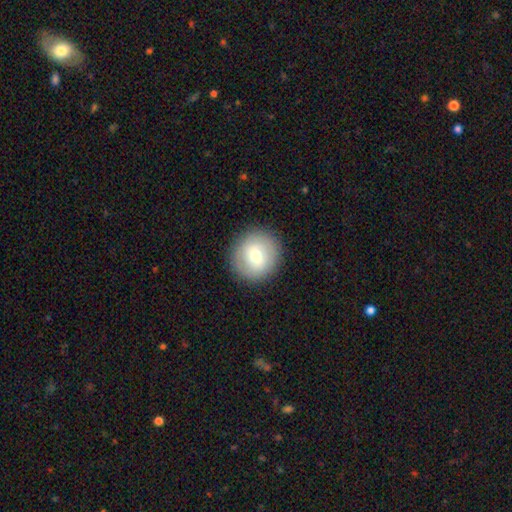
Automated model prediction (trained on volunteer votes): A smooth galaxy with no disk features (65%) that is round (92%). Merging: none (89%).